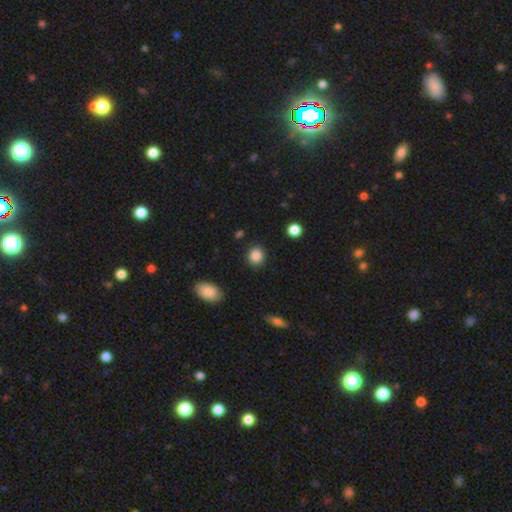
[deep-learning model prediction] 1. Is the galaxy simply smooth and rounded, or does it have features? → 86% smooth, 10% star or artifact, 4% featured or disk.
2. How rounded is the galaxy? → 82% round, 17% in between, 1% cigar-shaped.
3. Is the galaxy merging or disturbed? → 89% none, 7% minor disturbance, 2% major disturbance, 2% merger.